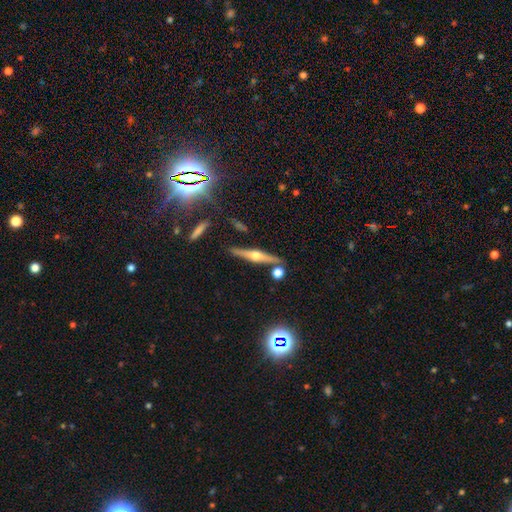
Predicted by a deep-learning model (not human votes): A featured or disk galaxy (75%) viewed edge-on (97%) with a rounded central bulge (94%).

Vote fractions:
- Smooth or featured? featured or disk: 75% / smooth: 15% / star or artifact: 10%
- Edge-on disk? yes: 97% / no: 3%
- Edge-on bulge? rounded: 94% / boxy: 3% / none: 2%
- Merging? none: 85% / minor disturbance: 8% / merger: 5% / major disturbance: 2%